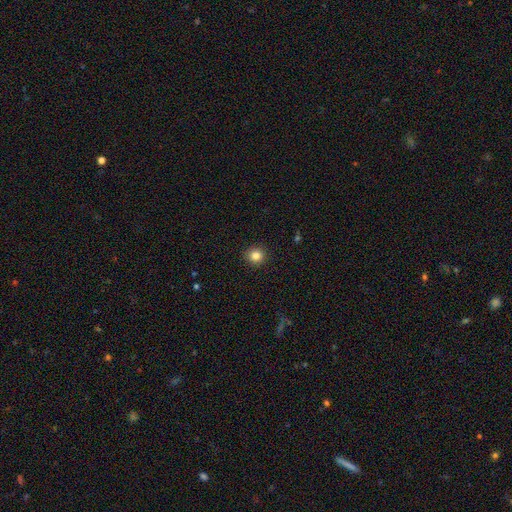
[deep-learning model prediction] Smooth or featured: smooth — 84% (star or artifact — 11%)
How rounded: round — 92% (in between — 8%)
Merging: none — 92% (minor disturbance — 5%)